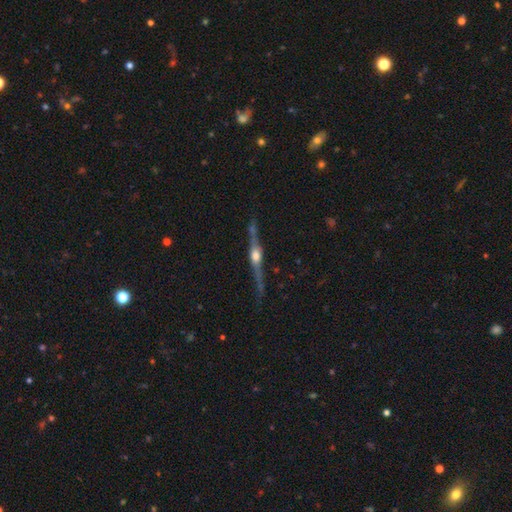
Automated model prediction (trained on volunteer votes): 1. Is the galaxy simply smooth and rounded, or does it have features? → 82% featured or disk, 12% smooth, 6% star or artifact.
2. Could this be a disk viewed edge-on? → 97% yes, 3% no.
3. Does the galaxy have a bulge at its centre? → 92% rounded, 5% boxy, 2% none.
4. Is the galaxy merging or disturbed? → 80% none, 14% minor disturbance, 3% major disturbance, 3% merger.